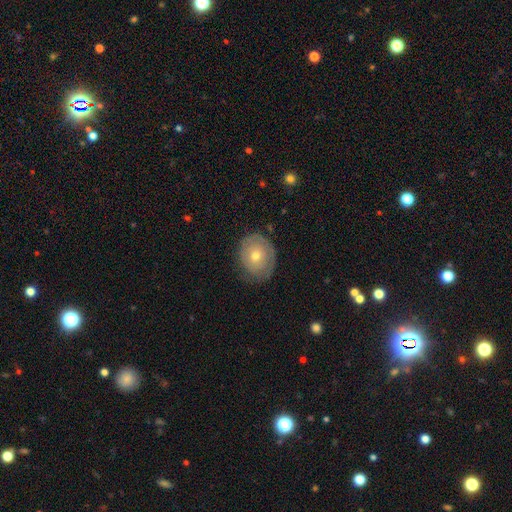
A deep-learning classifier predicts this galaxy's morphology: type=featured or disk (49%); merging=none (74%).